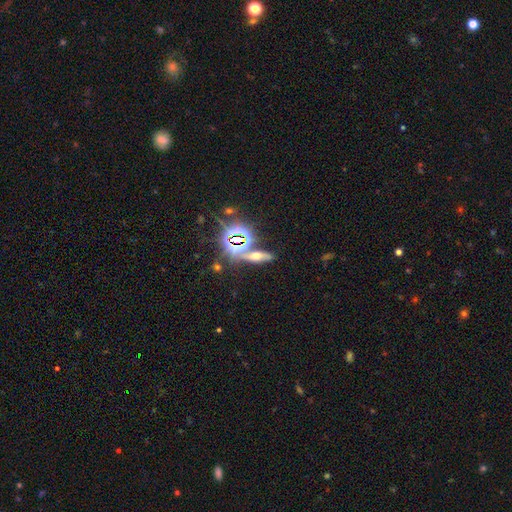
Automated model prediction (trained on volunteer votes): Smooth or featured?
  - star or artifact: 76% *
  - smooth: 13%
  - featured or disk: 11%